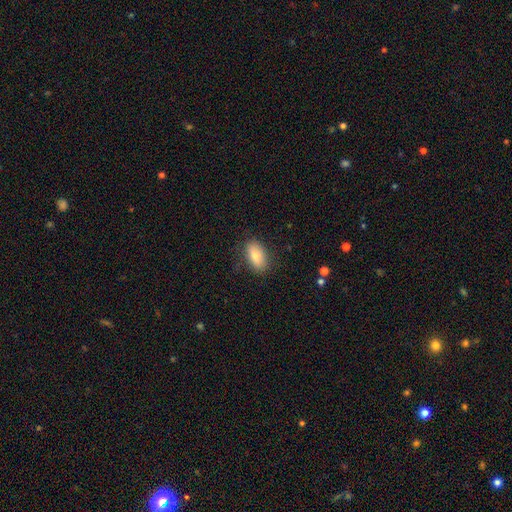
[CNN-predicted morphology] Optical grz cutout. It shows a smooth galaxy with no disk features (79%) that is in between round and cigar-shaped (89%). Merging: none (81%).